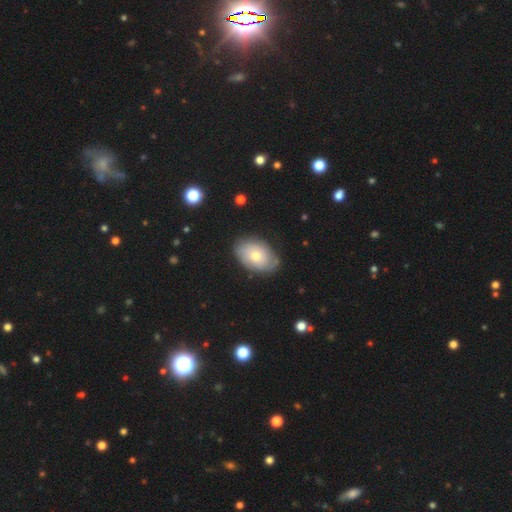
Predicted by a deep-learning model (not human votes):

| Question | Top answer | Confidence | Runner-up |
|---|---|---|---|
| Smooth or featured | smooth | 54% | featured or disk (39%) |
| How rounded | in between | 87% | round (12%) |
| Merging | none | 74% | minor disturbance (20%) |